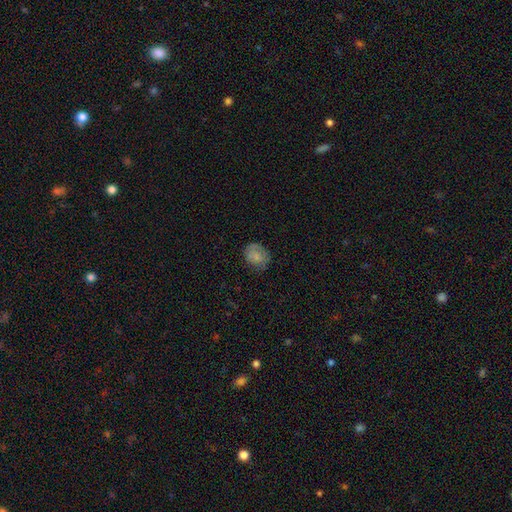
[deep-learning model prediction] smooth_or_featured: smooth (p=0.72) [alt: featured or disk p=0.19]
how_rounded: round (p=0.58) [alt: in between p=0.42]
merging: none (p=0.67) [alt: minor disturbance p=0.23]